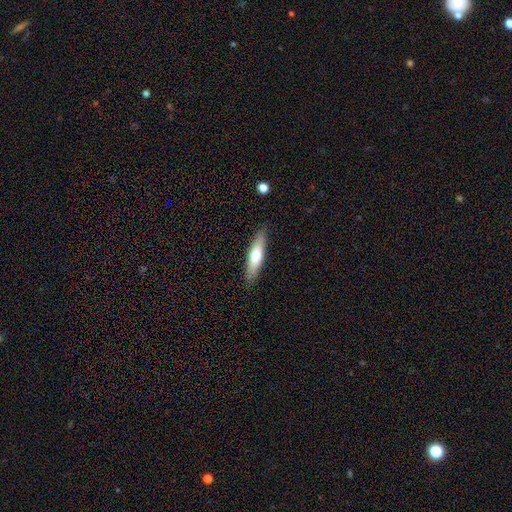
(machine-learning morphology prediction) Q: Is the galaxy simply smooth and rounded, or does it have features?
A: smooth — 59%.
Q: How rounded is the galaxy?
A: cigar-shaped — 73%.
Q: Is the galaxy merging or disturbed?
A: none — 89%.